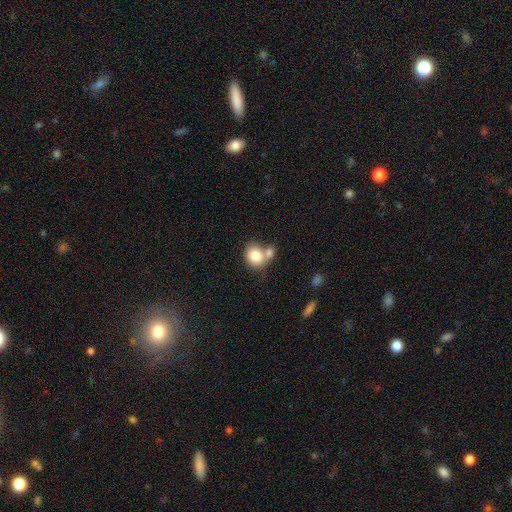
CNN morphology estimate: Smooth or featured? Predicted: smooth (p=0.81). How rounded? Predicted: round (p=0.58). Merging? Predicted: merger (p=0.47).